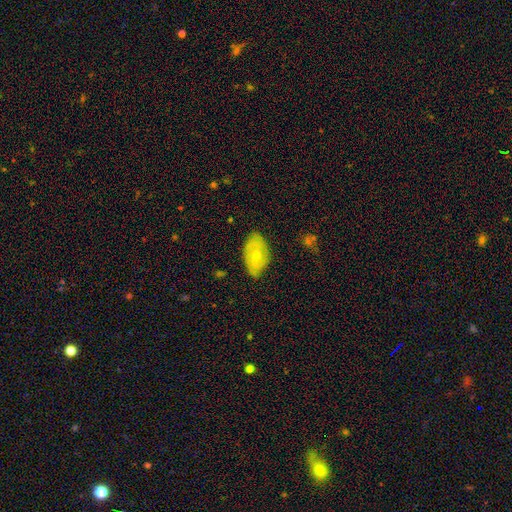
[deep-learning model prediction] Morphology: type=smooth (52%); roundness=in between (92%); merging=none (74%).